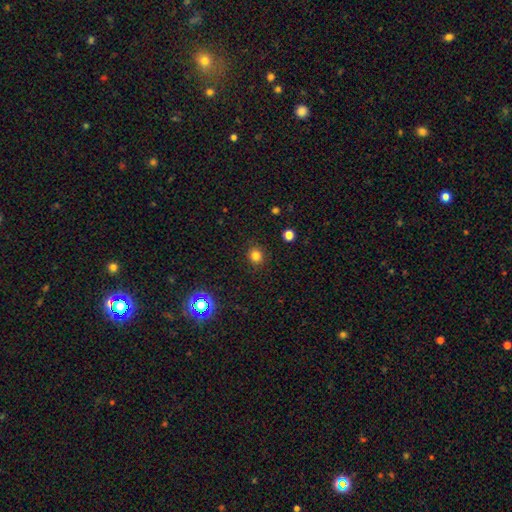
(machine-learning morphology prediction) A smooth galaxy with no disk features (81%) that is round (85%).

Vote fractions:
- Smooth or featured? smooth: 81% / star or artifact: 15% / featured or disk: 5%
- How rounded? round: 85% / in between: 14% / cigar-shaped: 1%
- Merging? none: 89% / minor disturbance: 7% / major disturbance: 2% / merger: 1%